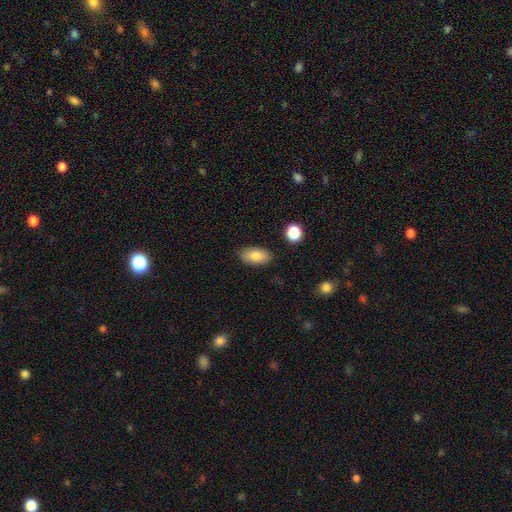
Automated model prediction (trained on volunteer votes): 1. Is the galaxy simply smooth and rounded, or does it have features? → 82% smooth, 11% featured or disk, 7% star or artifact.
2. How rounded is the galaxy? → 92% in between, 4% round, 3% cigar-shaped.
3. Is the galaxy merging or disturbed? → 86% none, 10% minor disturbance, 2% major disturbance, 2% merger.